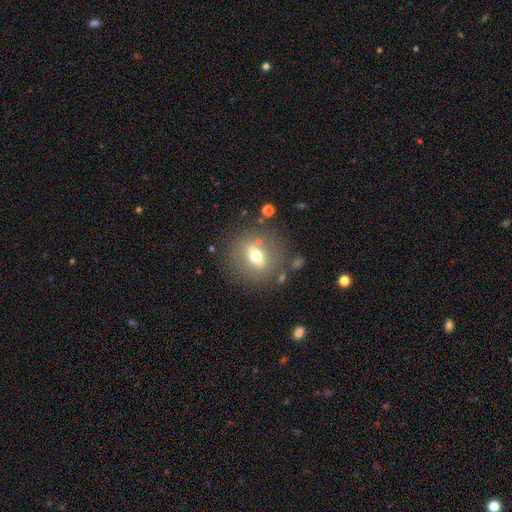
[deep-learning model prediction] A smooth galaxy with no disk features (47%).

Vote fractions:
- Smooth or featured? smooth: 47% / featured or disk: 43% / star or artifact: 11%
- Merging? none: 80% / minor disturbance: 11% / major disturbance: 6% / merger: 4%